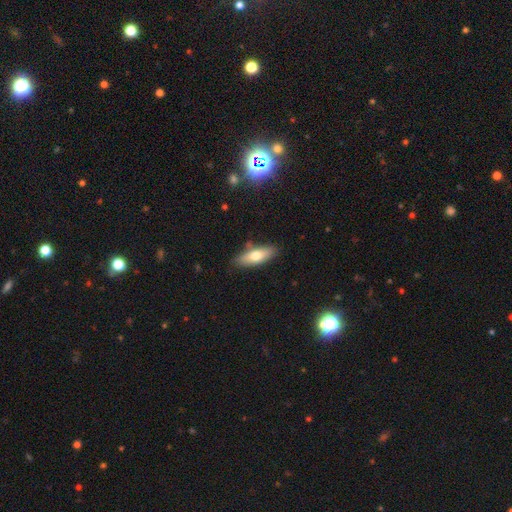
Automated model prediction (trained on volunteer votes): Smooth or featured?
  - smooth: 66% *
  - featured or disk: 27%
  - star or artifact: 6%
How rounded?
  - in between: 61% *
  - cigar-shaped: 36%
  - round: 3%
Merging?
  - none: 80% *
  - minor disturbance: 14%
  - merger: 3%
  - major disturbance: 3%